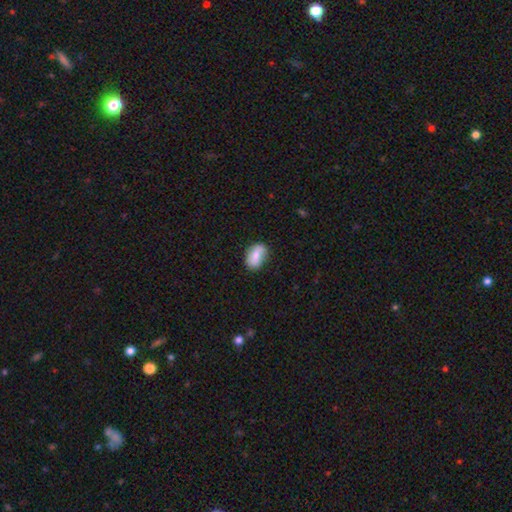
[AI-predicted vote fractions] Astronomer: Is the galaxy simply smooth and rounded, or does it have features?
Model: smooth — 72%.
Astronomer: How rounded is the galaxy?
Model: in between — 86%.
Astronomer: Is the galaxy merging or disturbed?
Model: none — 75%.